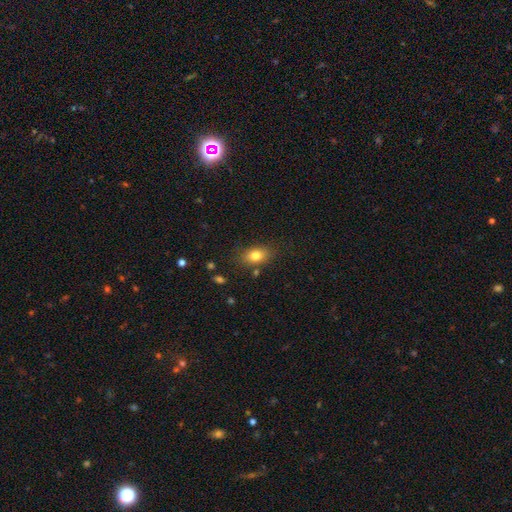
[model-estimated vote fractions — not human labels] smooth_or_featured: smooth (p=0.80) [alt: featured or disk p=0.10]
how_rounded: in between (p=0.79) [alt: round p=0.18]
merging: none (p=0.80) [alt: minor disturbance p=0.13]